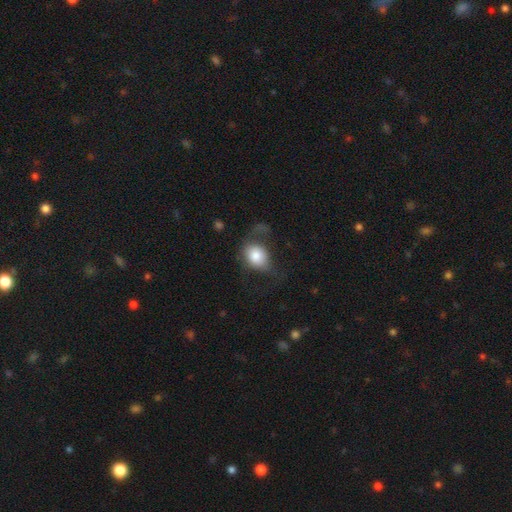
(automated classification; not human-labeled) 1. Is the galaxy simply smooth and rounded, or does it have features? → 76% smooth, 16% featured or disk, 8% star or artifact.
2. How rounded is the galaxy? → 60% in between, 39% round, 1% cigar-shaped.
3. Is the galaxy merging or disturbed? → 37% major disturbance, 33% none, 26% minor disturbance, 3% merger.